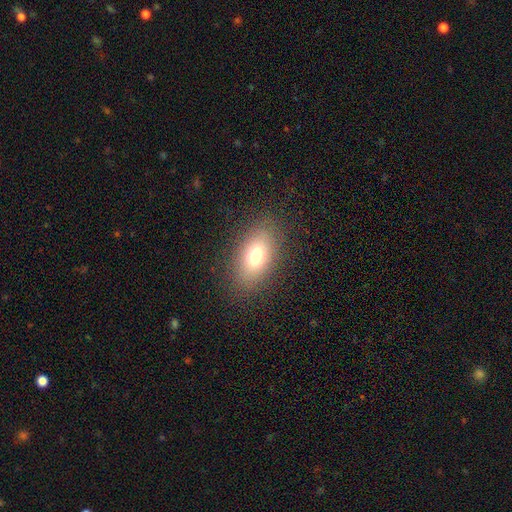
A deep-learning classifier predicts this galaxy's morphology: Overall: smooth (75%). How rounded: in between (89%). Merging: none (85%).